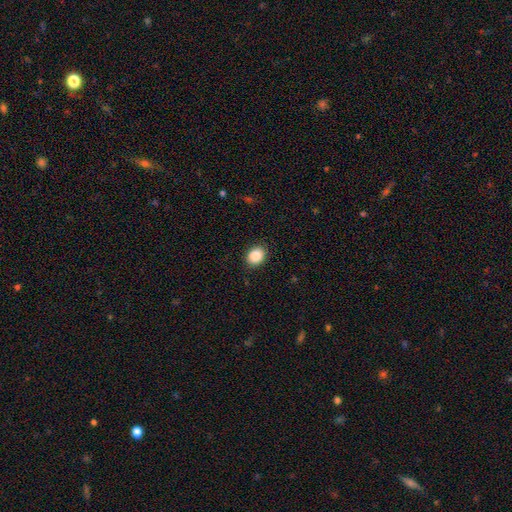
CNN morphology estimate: A smooth galaxy with no disk features (88%) that is in between round and cigar-shaped (52%).

Vote fractions:
- Smooth or featured? smooth: 88% / star or artifact: 8% / featured or disk: 4%
- How rounded? in between: 52% / round: 47% / cigar-shaped: 1%
- Merging? none: 88% / minor disturbance: 9% / major disturbance: 2% / merger: 1%